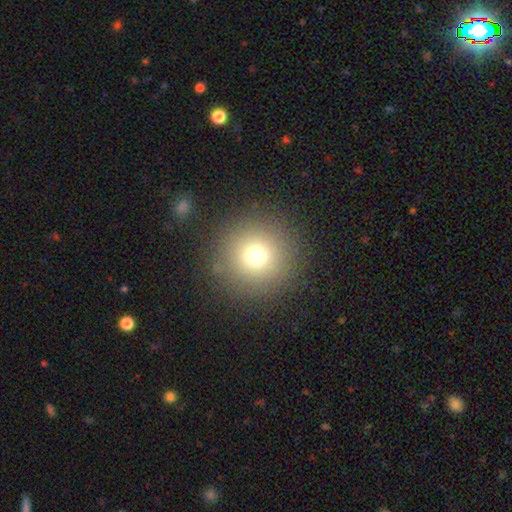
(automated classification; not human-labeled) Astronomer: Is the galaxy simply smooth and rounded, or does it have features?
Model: smooth — 73%.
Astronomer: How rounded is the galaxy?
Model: round — 96%.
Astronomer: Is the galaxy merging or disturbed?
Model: none — 88%.